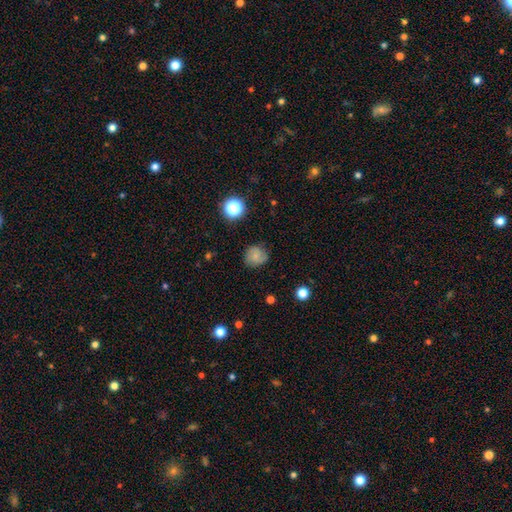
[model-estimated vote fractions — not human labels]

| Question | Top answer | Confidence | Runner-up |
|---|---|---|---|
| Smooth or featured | smooth | 71% | featured or disk (17%) |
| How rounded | round | 85% | in between (14%) |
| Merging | none | 76% | minor disturbance (18%) |